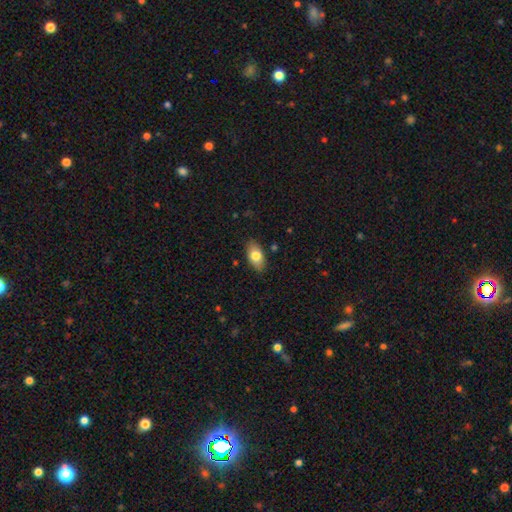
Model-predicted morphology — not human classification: This is likely a smooth galaxy (77%). How rounded: clearly in between (91%). Merging: clearly none (86%).